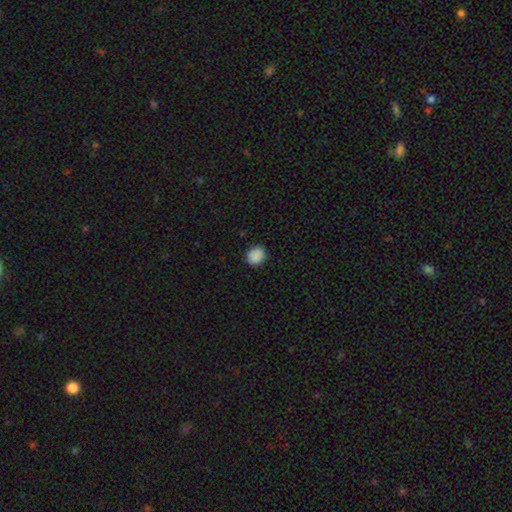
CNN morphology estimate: smooth_or_featured: smooth (p=0.89) [alt: star or artifact p=0.09]
how_rounded: round (p=0.70) [alt: in between p=0.29]
merging: none (p=0.88) [alt: minor disturbance p=0.09]